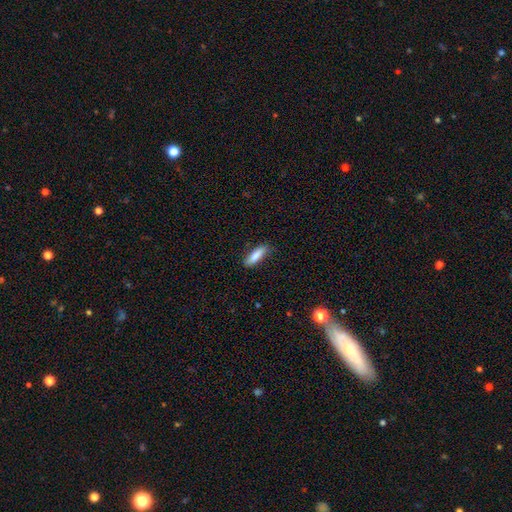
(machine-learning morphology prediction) type=smooth (83%); roundness=cigar-shaped (55%); merging=none (81%).